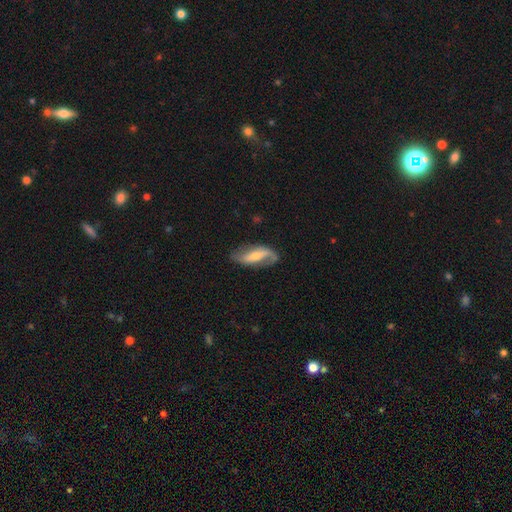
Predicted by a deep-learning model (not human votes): A featured or disk galaxy (72%) with a strong bar (38%), 2 (81%) loose (69%) spiral arms (88%) and a moderate central bulge (47%).

Vote fractions:
- Smooth or featured? featured or disk: 72% / smooth: 23% / star or artifact: 6%
- Edge-on disk? no: 89% / yes: 11%
- Bar? strong: 38% / weak: 34% / no: 28%
- Spiral arms? yes: 88% / no: 12%
- Spiral winding? loose: 69% / medium: 22% / tight: 9%
- Spiral arm count? 2: 81% / 1: 12% / can't tell: 5% / 3: 1% / 4: 1% / more than 4: 1%
- Bulge size? moderate: 47% / small: 44% / large: 4% / none: 3% / dominant: 1%
- Merging? none: 68% / minor disturbance: 21% / major disturbance: 9% / merger: 2%